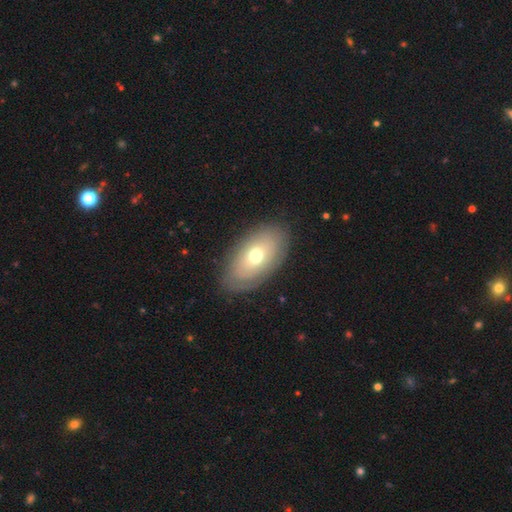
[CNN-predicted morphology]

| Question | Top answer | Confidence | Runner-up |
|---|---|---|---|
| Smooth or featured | smooth | 55% | featured or disk (38%) |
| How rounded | in between | 91% | round (6%) |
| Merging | none | 82% | minor disturbance (13%) |